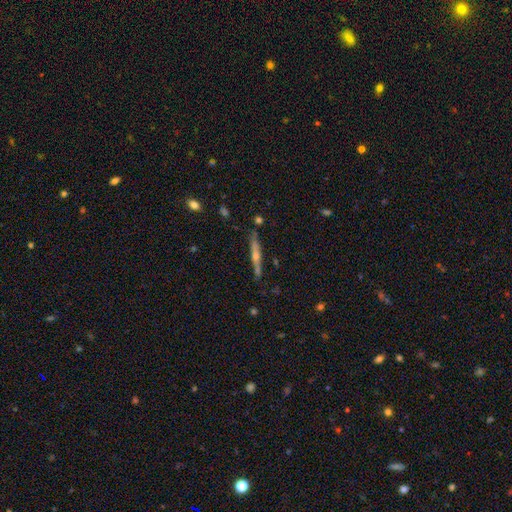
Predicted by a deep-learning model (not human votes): The model was most divided on "smooth or featured": featured or disk: 65%, smooth: 28%, star or artifact: 7%. More confident: edge-on disk — yes (96%); merging — none (83%); edge-on bulge — rounded (82%).